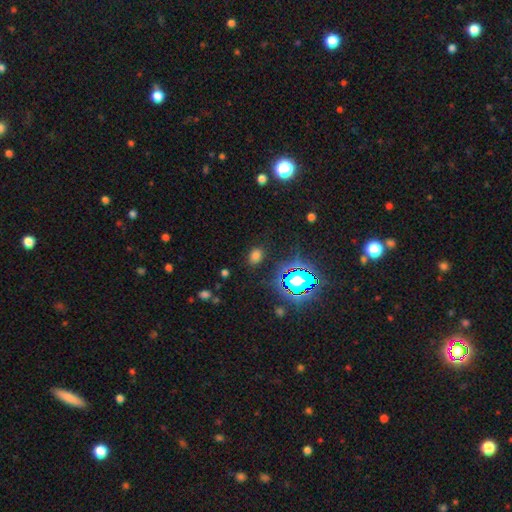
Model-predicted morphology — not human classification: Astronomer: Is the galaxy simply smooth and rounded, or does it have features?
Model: smooth — 65%.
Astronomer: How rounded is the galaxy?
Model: in between — 71%.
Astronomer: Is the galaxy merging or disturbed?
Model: none — 84%.